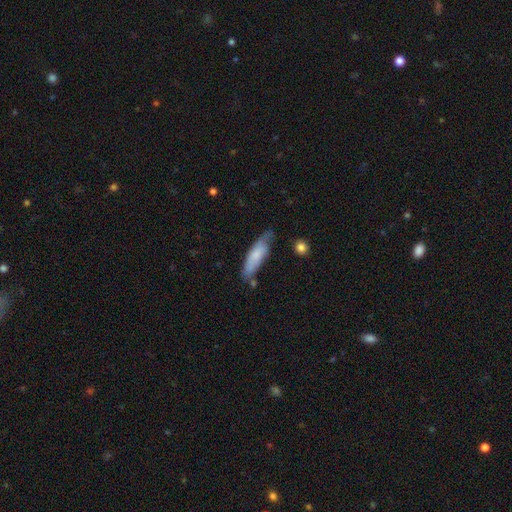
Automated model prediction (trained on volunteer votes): This is likely a smooth galaxy (67%). How rounded: possibly cigar-shaped (59%). Merging: possibly none (55%).